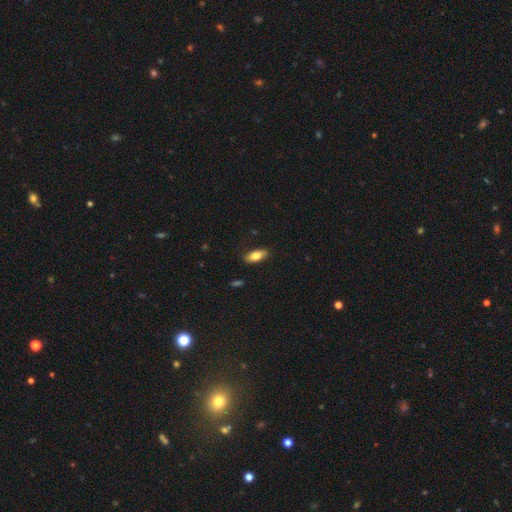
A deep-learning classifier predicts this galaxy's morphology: smooth 81%, featured or disk 13%, star or artifact 6%. Down the decision tree: how rounded — in between (86%); merging — none (86%).